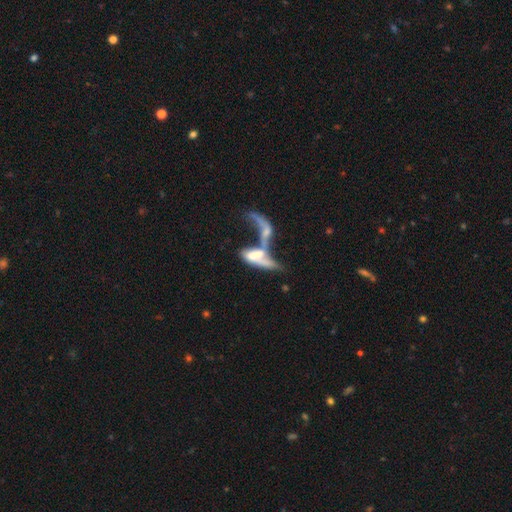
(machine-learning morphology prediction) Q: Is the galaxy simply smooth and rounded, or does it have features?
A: featured or disk — 55%.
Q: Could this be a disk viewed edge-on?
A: no — 82%.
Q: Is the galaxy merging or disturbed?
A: merger — 70%.